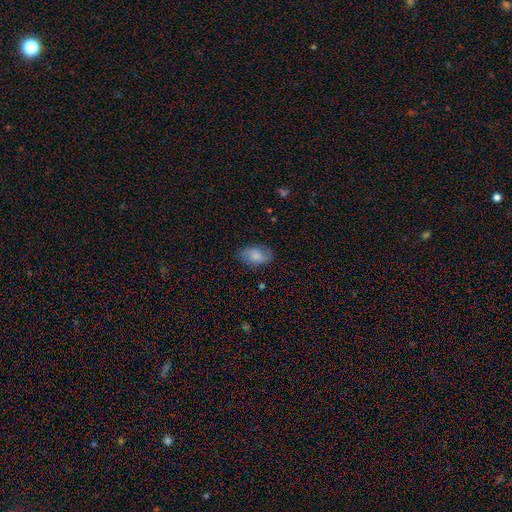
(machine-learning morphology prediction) Q: Smooth or featured?
A: smooth (67%); runner-up: featured or disk (25%)
Q: How rounded?
A: in between (91%); runner-up: round (7%)
Q: Merging?
A: none (77%); runner-up: minor disturbance (17%)